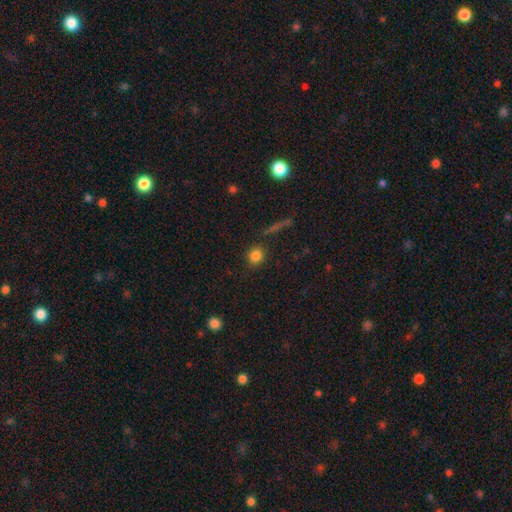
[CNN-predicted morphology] Overall: smooth (83%). How rounded: round (75%). Merging: none (85%).